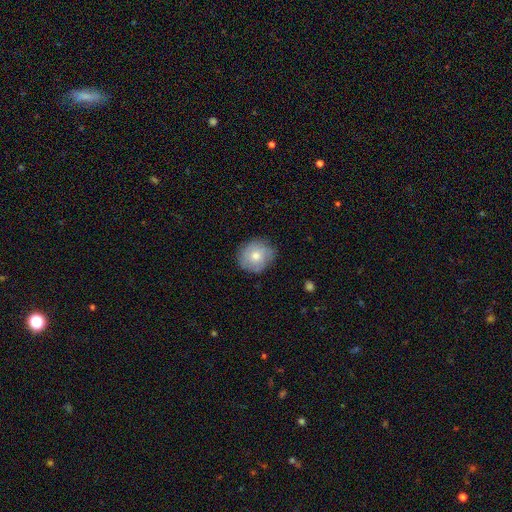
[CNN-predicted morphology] Smooth or featured? Predicted: smooth (p=0.63). How rounded? Predicted: round (p=0.84). Merging? Predicted: none (p=0.77).